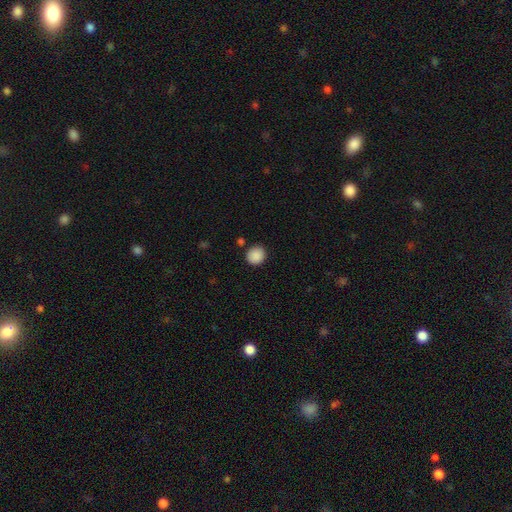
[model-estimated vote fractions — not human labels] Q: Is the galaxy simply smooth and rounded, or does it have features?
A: smooth — 89%.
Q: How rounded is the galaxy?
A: round — 85%.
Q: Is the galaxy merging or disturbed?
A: none — 85%.